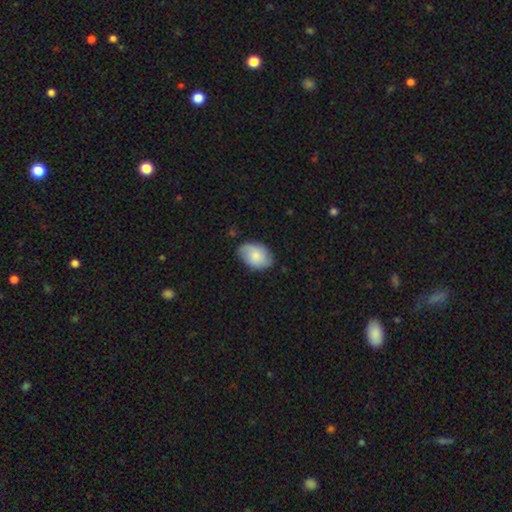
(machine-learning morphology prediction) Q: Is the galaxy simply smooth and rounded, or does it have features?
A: smooth — 73%.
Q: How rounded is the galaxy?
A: in between — 85%.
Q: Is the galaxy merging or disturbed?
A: none — 74%.